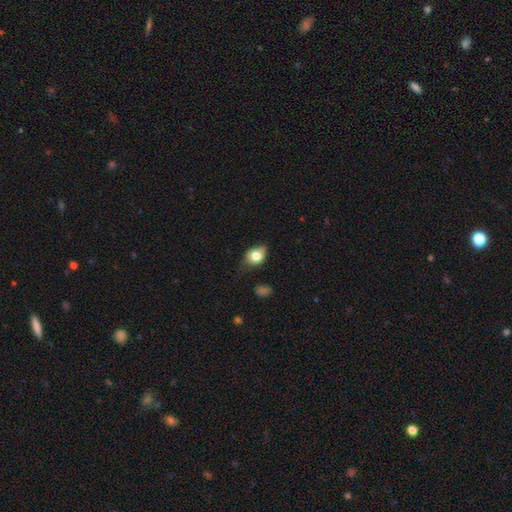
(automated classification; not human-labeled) Overall: smooth (75%). How rounded: in between (67%; round 31%). Merging: none (51%; minor disturbance 37%).